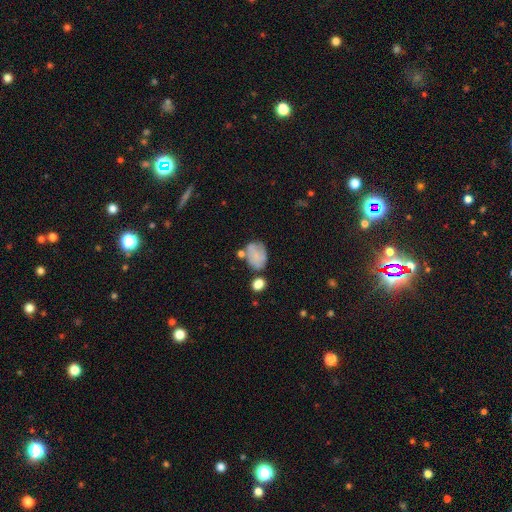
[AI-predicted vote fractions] Smooth or featured? smooth (60%)
How rounded? in between (72%)
Merging? none (44%)